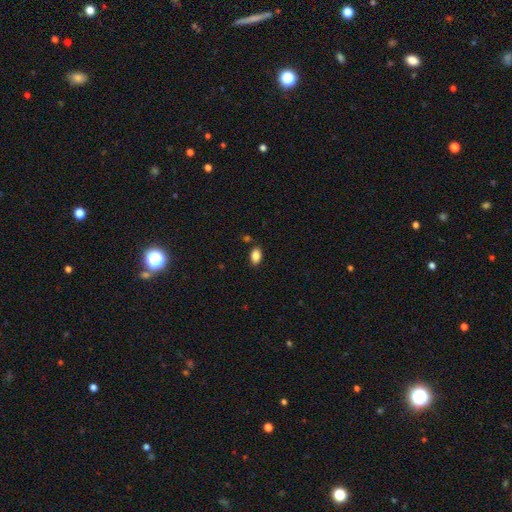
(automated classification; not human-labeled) A smooth galaxy with no disk features (86%) that is in between round and cigar-shaped (90%).

Vote fractions:
- Smooth or featured? smooth: 86% / star or artifact: 9% / featured or disk: 5%
- How rounded? in between: 90% / round: 8% / cigar-shaped: 2%
- Merging? none: 84% / minor disturbance: 10% / merger: 4% / major disturbance: 2%